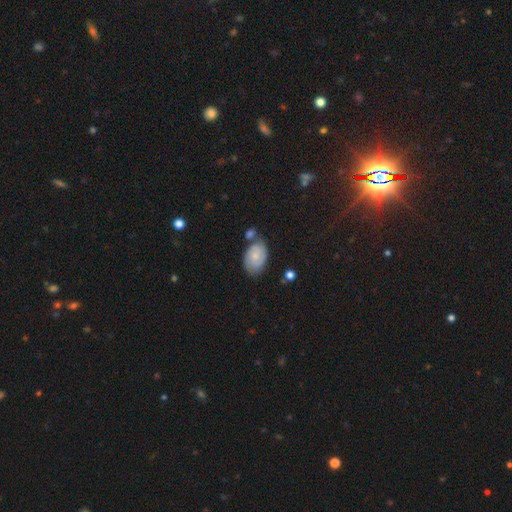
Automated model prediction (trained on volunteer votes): featured or disk 54%, smooth 39%, star or artifact 8%. Down the decision tree: edge-on disk — no (96%); bar — no (73%); spiral arms — yes (85%); bulge size — small (60%); merging — none (59%).